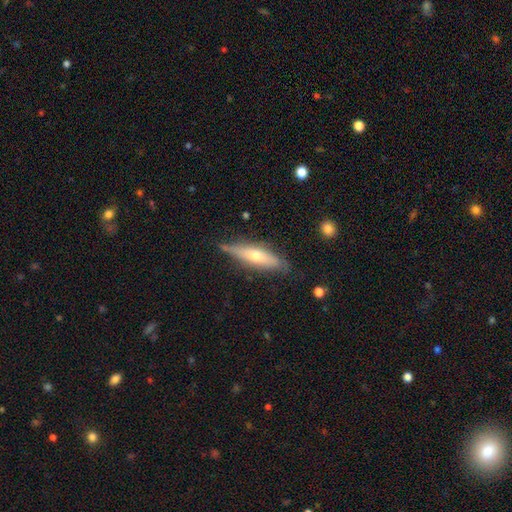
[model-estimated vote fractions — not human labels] Smooth or featured?
  - smooth: 47% *
  - featured or disk: 46%
  - star or artifact: 6%
Merging?
  - none: 75% *
  - minor disturbance: 19%
  - major disturbance: 4%
  - merger: 2%